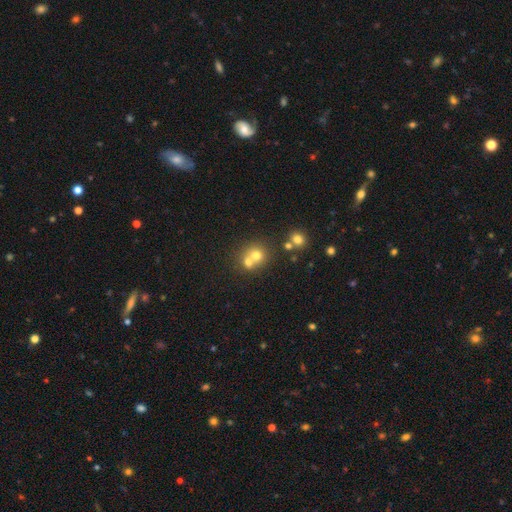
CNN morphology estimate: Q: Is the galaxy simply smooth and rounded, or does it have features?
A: smooth — 69%.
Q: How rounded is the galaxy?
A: round — 84%.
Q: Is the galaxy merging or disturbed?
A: merger — 50%.